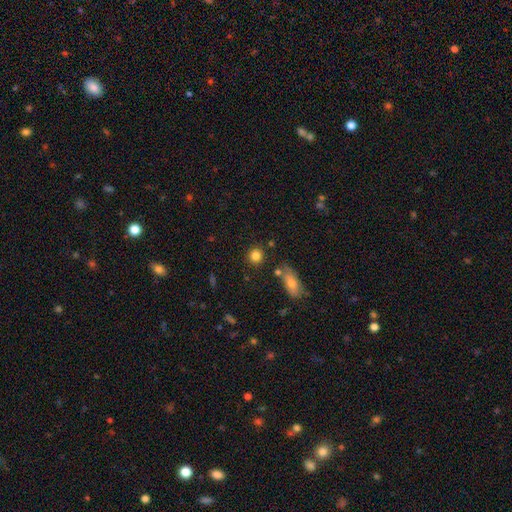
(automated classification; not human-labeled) smooth 83%, star or artifact 11%, featured or disk 6%. Down the decision tree: how rounded — round (86%); merging — none (83%).